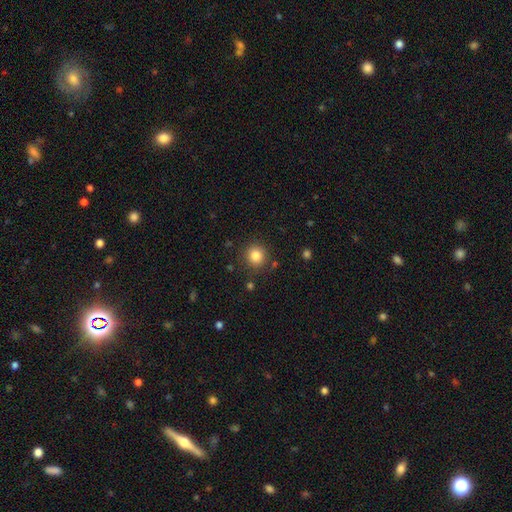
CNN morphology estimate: Smooth or featured: smooth — 83% (star or artifact — 12%)
How rounded: round — 92% (in between — 7%)
Merging: none — 87% (minor disturbance — 8%)